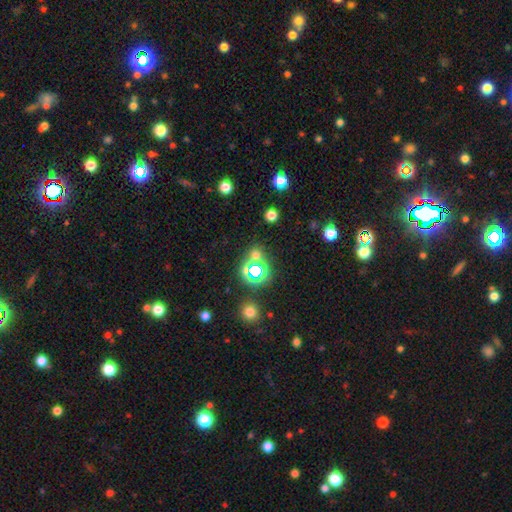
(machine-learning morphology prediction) Overall: star or artifact (51%; smooth 41%).